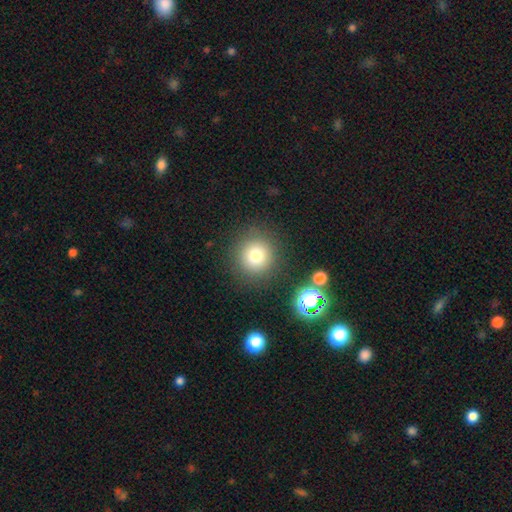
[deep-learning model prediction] This is likely a smooth galaxy (76%). How rounded: clearly round (92%). Merging: clearly none (86%).